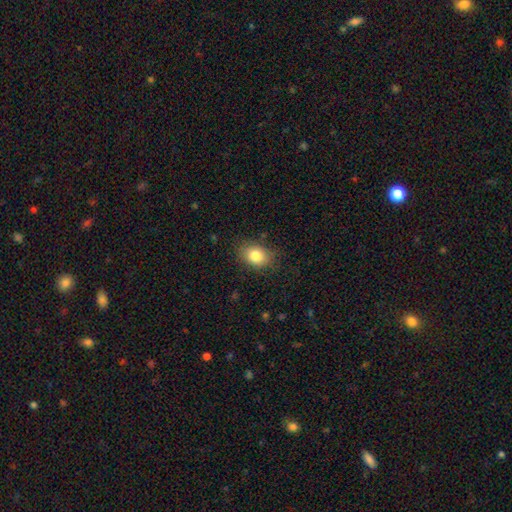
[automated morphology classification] Smooth or featured?
  - smooth: 82% *
  - star or artifact: 9%
  - featured or disk: 9%
How rounded?
  - in between: 67% *
  - round: 32%
  - cigar-shaped: 1%
Merging?
  - none: 81% *
  - minor disturbance: 14%
  - major disturbance: 4%
  - merger: 1%